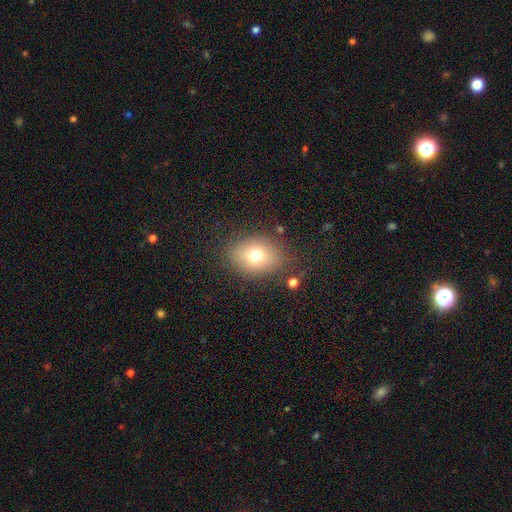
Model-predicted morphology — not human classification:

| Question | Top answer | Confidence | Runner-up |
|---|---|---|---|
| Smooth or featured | smooth | 73% | featured or disk (14%) |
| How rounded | in between | 57% | round (42%) |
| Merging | none | 81% | minor disturbance (12%) |